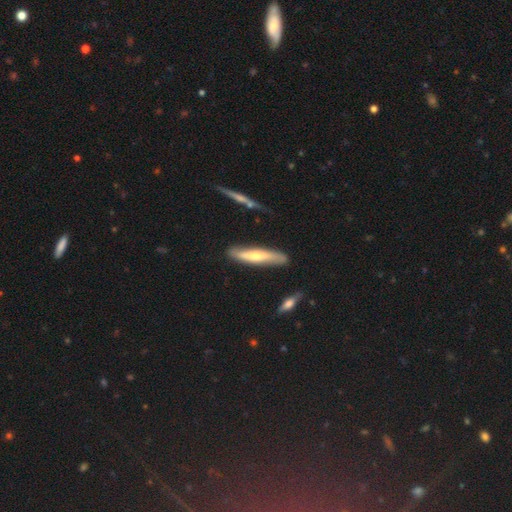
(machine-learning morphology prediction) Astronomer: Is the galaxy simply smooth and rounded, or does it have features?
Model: smooth — 50% (runner-up: featured or disk, 44%).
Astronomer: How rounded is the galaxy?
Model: cigar-shaped — 87%.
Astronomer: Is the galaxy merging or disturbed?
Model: none — 78%.